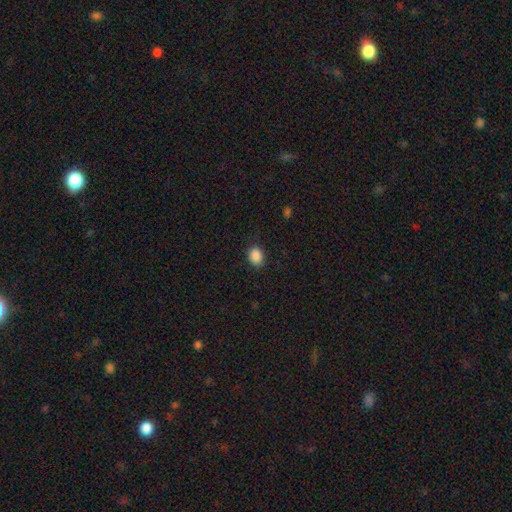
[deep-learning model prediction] smooth 89%, star or artifact 8%, featured or disk 3%. Down the decision tree: how rounded — in between (69%); merging — none (86%).